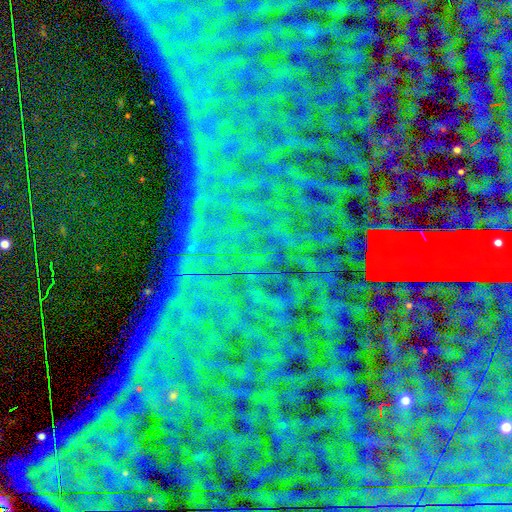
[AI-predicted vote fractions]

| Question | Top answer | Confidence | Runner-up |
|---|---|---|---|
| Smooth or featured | star or artifact | 86% | featured or disk (7%) |